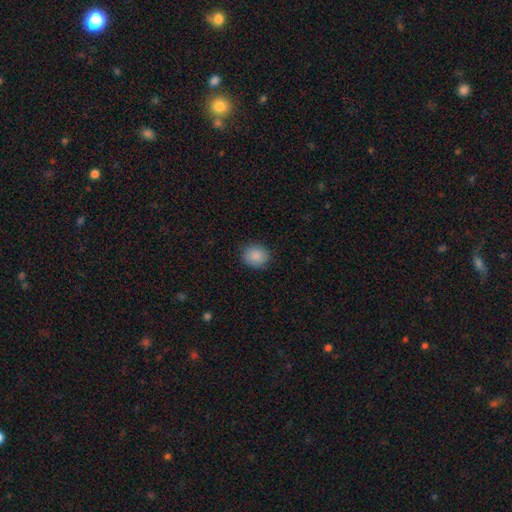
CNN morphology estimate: Smooth or featured?
  - smooth: 88% *
  - star or artifact: 8%
  - featured or disk: 4%
How rounded?
  - round: 74% *
  - in between: 25%
  - cigar-shaped: 1%
Merging?
  - none: 87% *
  - minor disturbance: 10%
  - major disturbance: 3%
  - merger: 1%